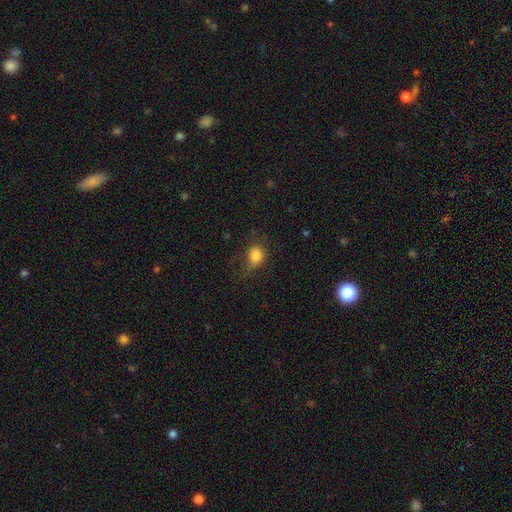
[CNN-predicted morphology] This appears to be a smooth galaxy with no disk features (82%) that is in between round and cigar-shaped (53%). Merging: none (51%).